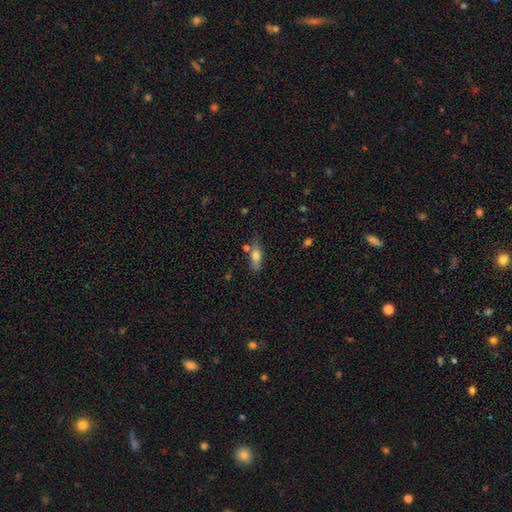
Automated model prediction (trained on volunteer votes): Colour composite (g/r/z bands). It shows a smooth galaxy with no disk features (75%) that is in between round and cigar-shaped (66%). Merging: none (65%).